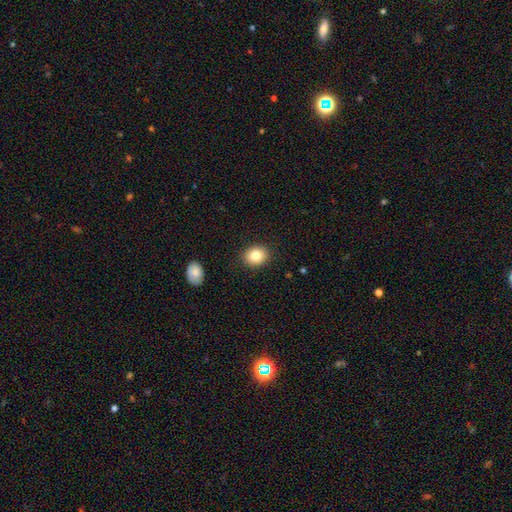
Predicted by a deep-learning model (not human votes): Q: Smooth or featured?
A: smooth (83%); runner-up: star or artifact (9%)
Q: How rounded?
A: round (61%); runner-up: in between (38%)
Q: Merging?
A: none (90%); runner-up: minor disturbance (7%)